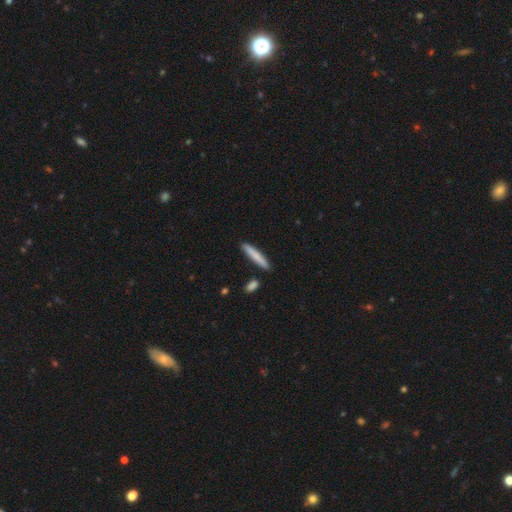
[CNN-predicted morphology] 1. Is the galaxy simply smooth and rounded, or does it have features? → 78% smooth, 17% featured or disk, 6% star or artifact.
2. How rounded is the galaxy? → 92% cigar-shaped, 7% in between, 1% round.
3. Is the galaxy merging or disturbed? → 86% none, 8% minor disturbance, 4% merger, 2% major disturbance.